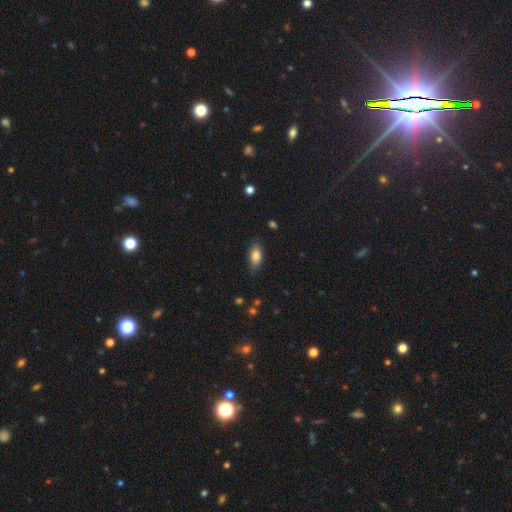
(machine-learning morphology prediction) Q: Smooth or featured?
A: smooth (80%); runner-up: featured or disk (12%)
Q: How rounded?
A: in between (86%); runner-up: cigar-shaped (10%)
Q: Merging?
A: none (78%); runner-up: minor disturbance (17%)